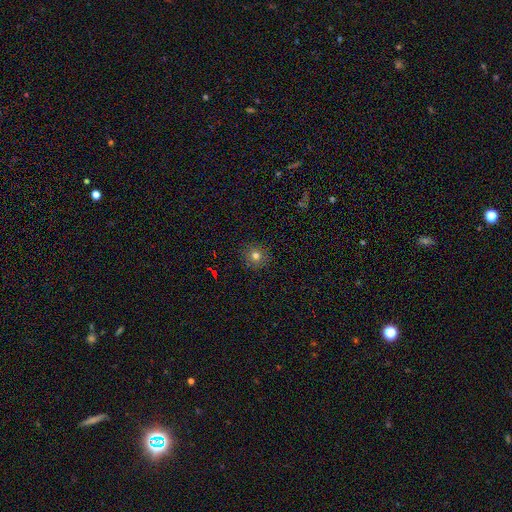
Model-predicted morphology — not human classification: A smooth galaxy with no disk features (75%) that is round (92%).

Vote fractions:
- Smooth or featured? smooth: 75% / star or artifact: 16% / featured or disk: 8%
- How rounded? round: 92% / in between: 7% / cigar-shaped: 1%
- Merging? none: 90% / minor disturbance: 7% / major disturbance: 2% / merger: 1%